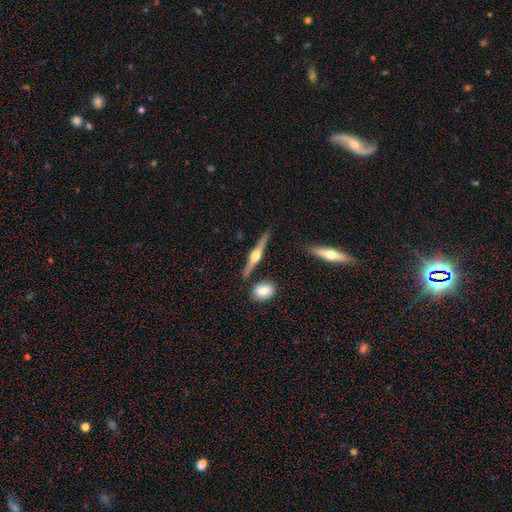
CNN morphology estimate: A featured or disk galaxy (79%) viewed edge-on (98%) with a rounded central bulge (95%). Merging: none (84%).